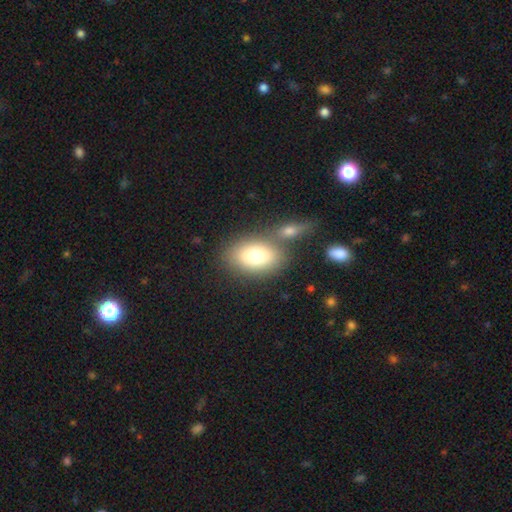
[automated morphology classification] Smooth or featured? Predicted: smooth (p=0.77). How rounded? Predicted: in between (p=0.87). Merging? Predicted: none (p=0.61).